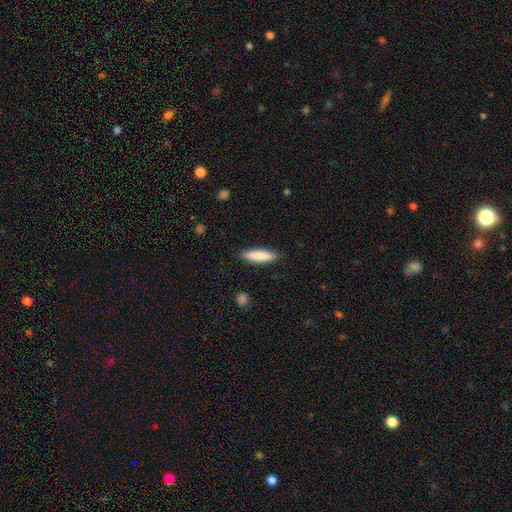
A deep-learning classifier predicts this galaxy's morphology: smooth 86%, featured or disk 8%, star or artifact 6%. Down the decision tree: how rounded — cigar-shaped (72%); merging — none (89%).